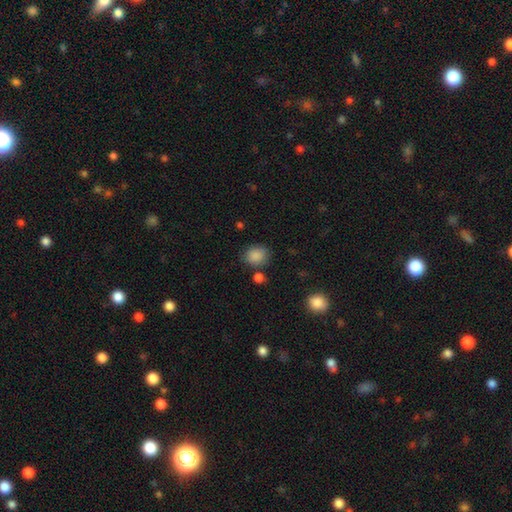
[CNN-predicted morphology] A smooth galaxy with no disk features (87%) that is round (53%). Merging: none (76%).